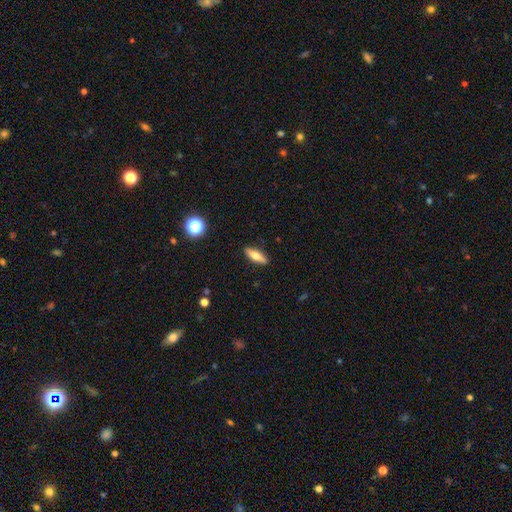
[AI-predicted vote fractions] Overall: smooth (59%; featured or disk 34%). How rounded: cigar-shaped (54%; in between 43%). Merging: none (90%).